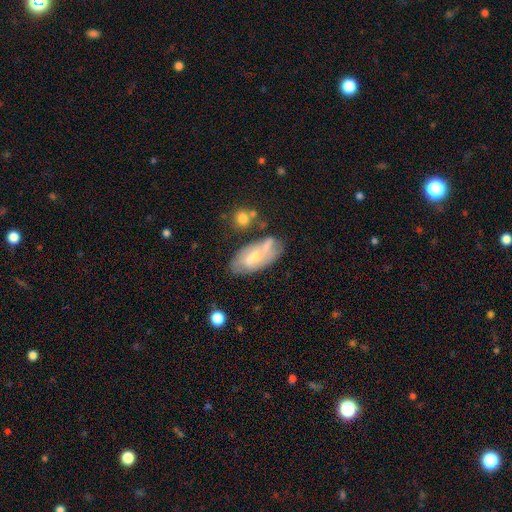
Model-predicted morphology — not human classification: This appears to be a featured or disk galaxy (63%) with a weak bar (49%), spiral arms (79%) and a small central bulge (46%, tied with moderate). Merging: none (61%).